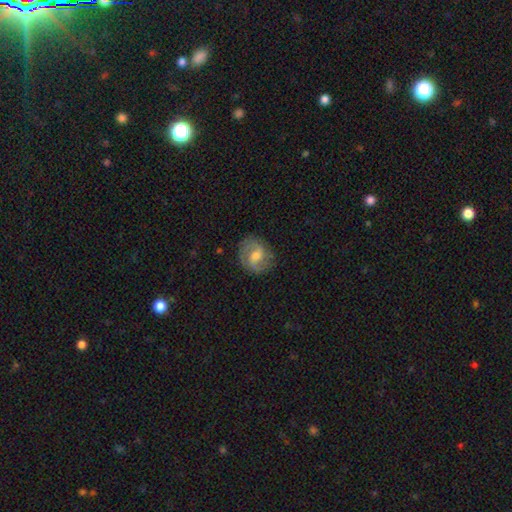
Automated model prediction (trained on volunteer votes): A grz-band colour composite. It shows a featured or disk galaxy (61%) with a weak bar (54%), spiral arms (83%) and a moderate central bulge (61%). Merging: none (79%).